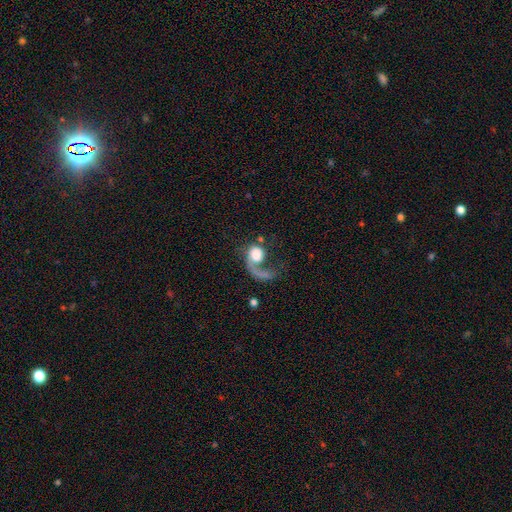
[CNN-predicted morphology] The model was most divided on "bulge size": large: 38%, moderate: 25%, dominant: 15%, small: 12%, none: 10%. More confident: edge-on disk — no (97%); spiral arms — yes (81%); bar — no (78%); smooth or featured — featured or disk (54%); merging — major disturbance (53%).